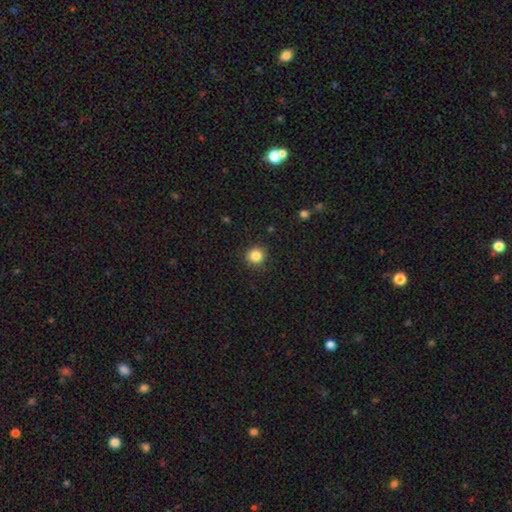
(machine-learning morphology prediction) Q: Smooth or featured?
A: smooth (84%); runner-up: star or artifact (11%)
Q: How rounded?
A: round (93%); runner-up: in between (6%)
Q: Merging?
A: none (90%); runner-up: minor disturbance (7%)